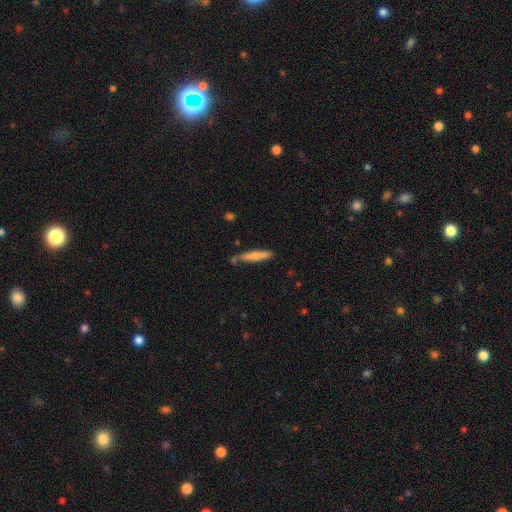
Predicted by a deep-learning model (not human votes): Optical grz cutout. It shows a smooth galaxy with no disk features (68%) that is cigar-shaped (90%). Merging: none (70%).